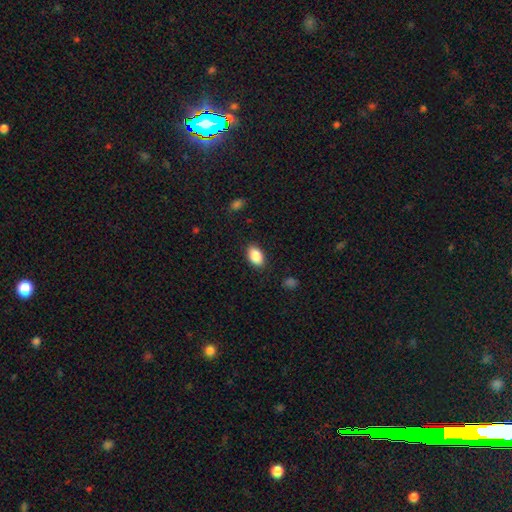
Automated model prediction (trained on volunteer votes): Smooth or featured: smooth — 88% (star or artifact — 7%)
How rounded: in between — 91% (round — 8%)
Merging: none — 87% (minor disturbance — 10%)